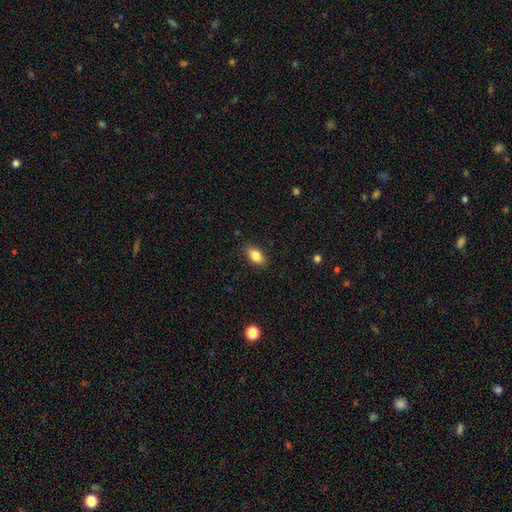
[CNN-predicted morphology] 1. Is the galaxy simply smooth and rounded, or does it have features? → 83% smooth, 8% featured or disk, 8% star or artifact.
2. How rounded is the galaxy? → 87% in between, 9% round, 4% cigar-shaped.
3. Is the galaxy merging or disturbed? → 87% none, 10% minor disturbance, 2% major disturbance, 1% merger.